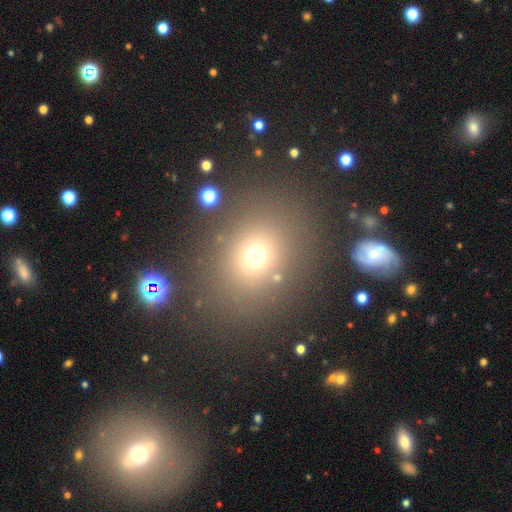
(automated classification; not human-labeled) The model was most divided on "how rounded": round: 64%, in between: 35%, cigar-shaped: 1%. More confident: merging — none (79%); smooth or featured — smooth (64%).